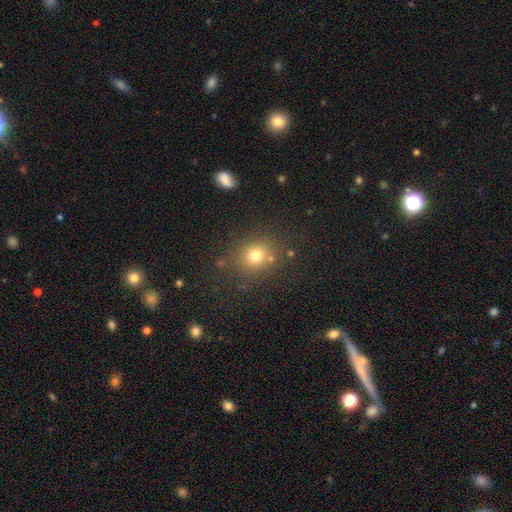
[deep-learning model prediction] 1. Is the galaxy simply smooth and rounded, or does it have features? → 74% smooth, 18% star or artifact, 8% featured or disk.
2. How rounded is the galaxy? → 78% round, 21% in between, 1% cigar-shaped.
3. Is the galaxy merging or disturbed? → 78% none, 11% minor disturbance, 6% merger, 5% major disturbance.